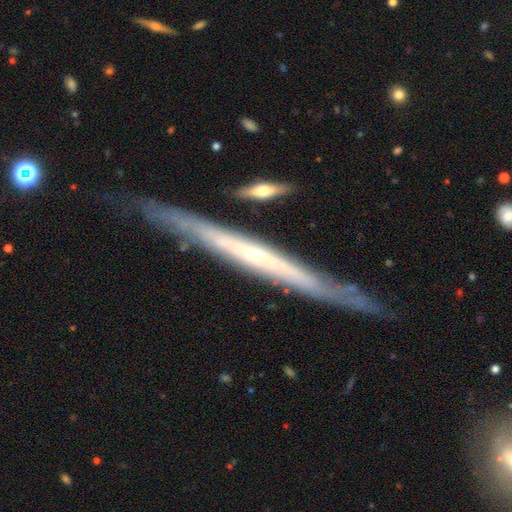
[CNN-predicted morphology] Q: Smooth or featured?
A: featured or disk (76%); runner-up: smooth (18%)
Q: Edge-on disk?
A: yes (88%); runner-up: no (12%)
Q: Edge-on bulge?
A: none (65%); runner-up: rounded (30%)
Q: Merging?
A: none (79%); runner-up: minor disturbance (14%)